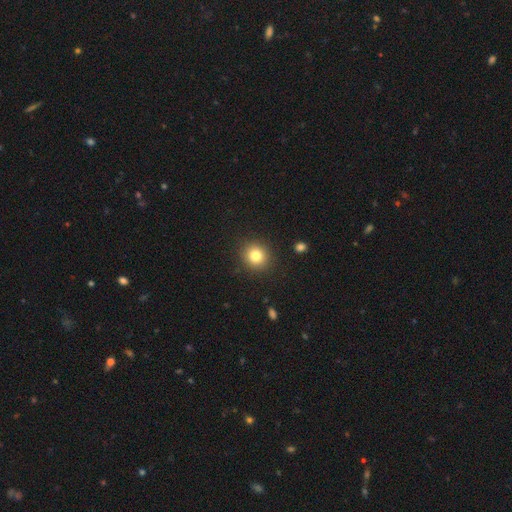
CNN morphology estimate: This appears to be a smooth galaxy with no disk features (81%) that is round (87%). Merging: none (90%).